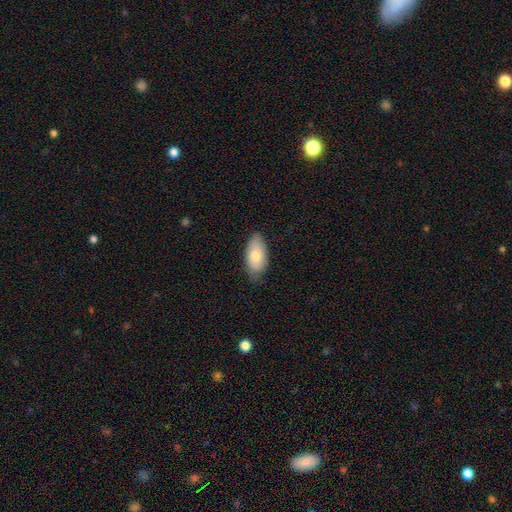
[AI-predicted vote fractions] Smooth or featured?
  - smooth: 78% *
  - featured or disk: 15%
  - star or artifact: 6%
How rounded?
  - in between: 93% *
  - cigar-shaped: 5%
  - round: 3%
Merging?
  - none: 77% *
  - minor disturbance: 19%
  - major disturbance: 3%
  - merger: 1%